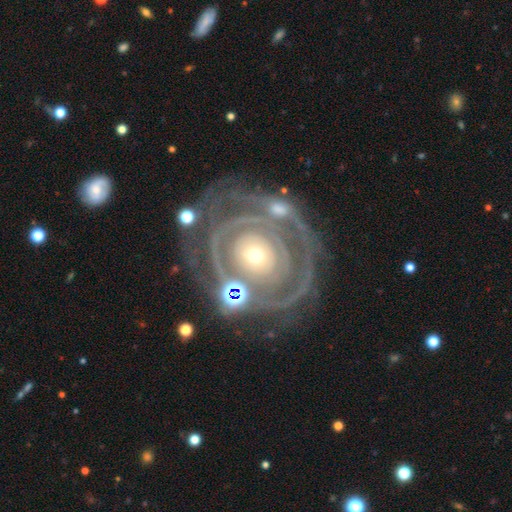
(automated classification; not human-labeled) The model was most divided on "spiral arm count": can't tell: 32%, 2: 25%, 3: 16%, 4: 10%, more than 4: 9%, 1: 8%. More confident: edge-on disk — no (96%); smooth or featured — featured or disk (86%); bar — no (85%); spiral arms — yes (83%); spiral winding — tight (82%); merging — none (68%); bulge size — small (66%).